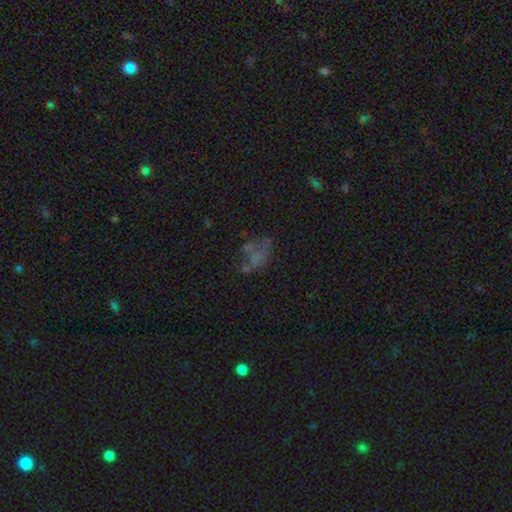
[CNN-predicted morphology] Smooth or featured?
  - smooth: 39% *
  - featured or disk: 36%
  - star or artifact: 25%
Merging?
  - none: 43% *
  - major disturbance: 24%
  - minor disturbance: 18%
  - merger: 15%